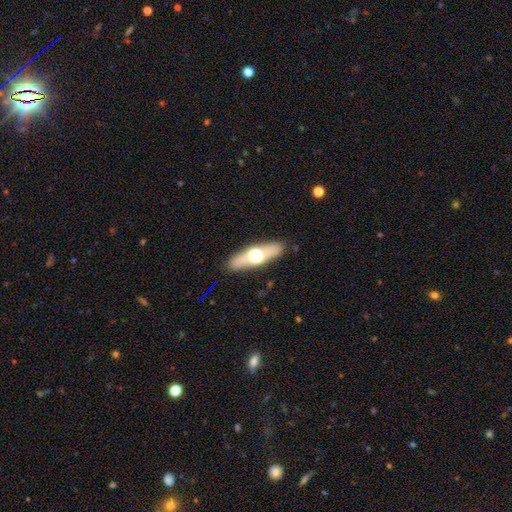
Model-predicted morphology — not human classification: The model was most divided on "smooth or featured": featured or disk: 51%, smooth: 43%, star or artifact: 6%. More confident: merging — none (88%); edge-on disk — yes (80%).